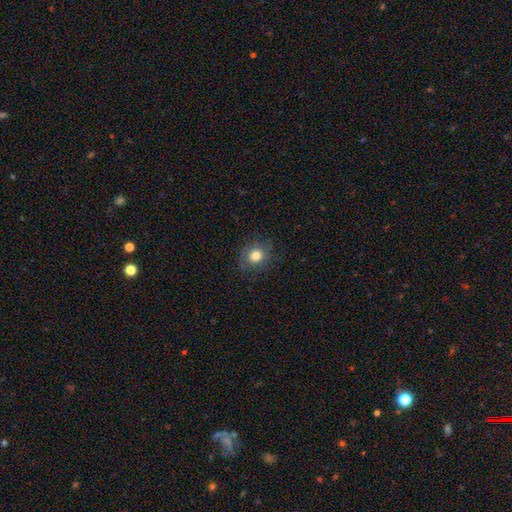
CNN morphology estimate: This appears to be a smooth galaxy with no disk features (79%) that is round (74%). Merging: none (81%).